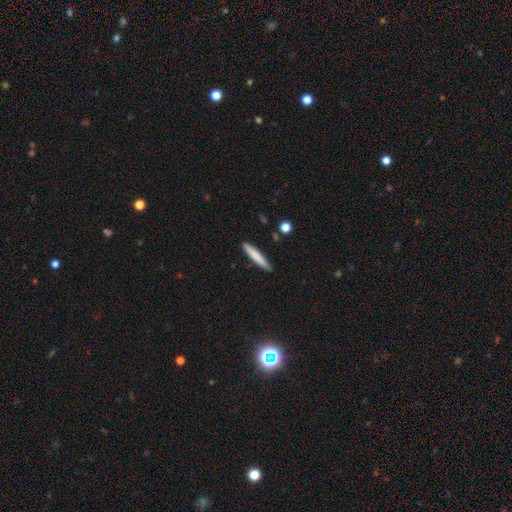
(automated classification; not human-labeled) The model was most divided on "smooth or featured": smooth: 75%, featured or disk: 19%, star or artifact: 6%. More confident: how rounded — cigar-shaped (93%); merging — none (88%).